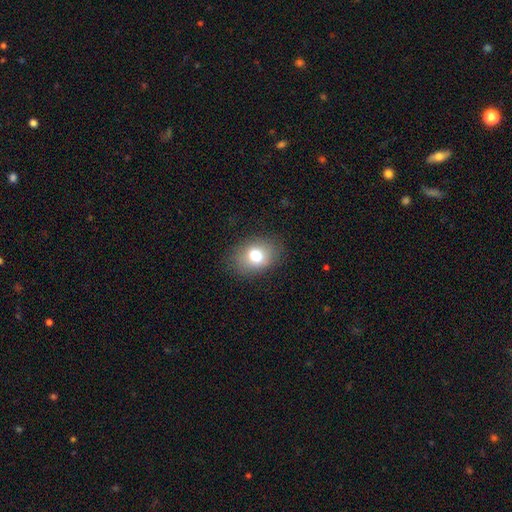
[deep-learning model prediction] Overall: smooth (75%). How rounded: in between (65%; round 34%). Merging: none (83%).